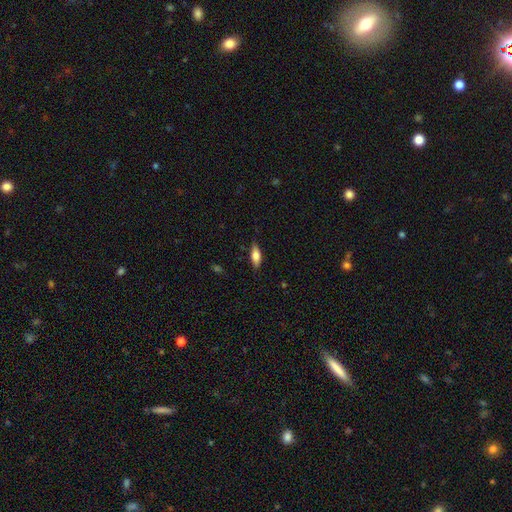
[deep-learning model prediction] smooth-or-featured: smooth: 69% | featured or disk: 25% | star or artifact: 7%
  how-rounded: in between: 68% | cigar-shaped: 29% | round: 3%
  merging: none: 81% | minor disturbance: 15% | major disturbance: 3% | merger: 1%